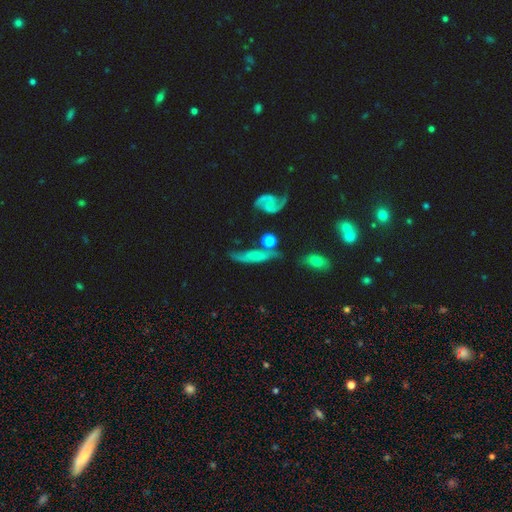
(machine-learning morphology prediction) Q: Smooth or featured?
A: featured or disk (52%); runner-up: smooth (38%)
Q: Edge-on disk?
A: no (57%); runner-up: yes (43%)
Q: Merging?
A: none (47%); runner-up: minor disturbance (24%)